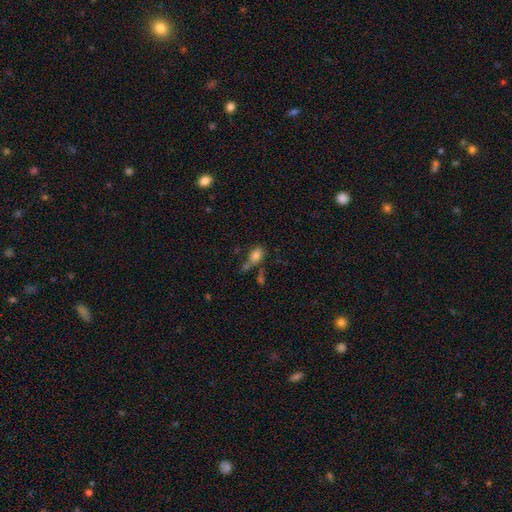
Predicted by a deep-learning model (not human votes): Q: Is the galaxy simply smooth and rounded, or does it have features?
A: smooth — 78%.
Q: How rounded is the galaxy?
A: in between — 84%.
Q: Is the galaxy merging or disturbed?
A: none — 42%.